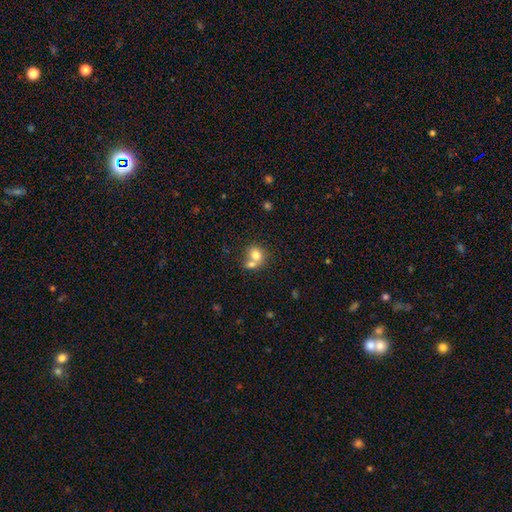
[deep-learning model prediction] The model was most divided on "merging": merger: 52%, none: 37%, minor disturbance: 8%, major disturbance: 3%. More confident: smooth or featured — smooth (76%); how rounded — round (67%).